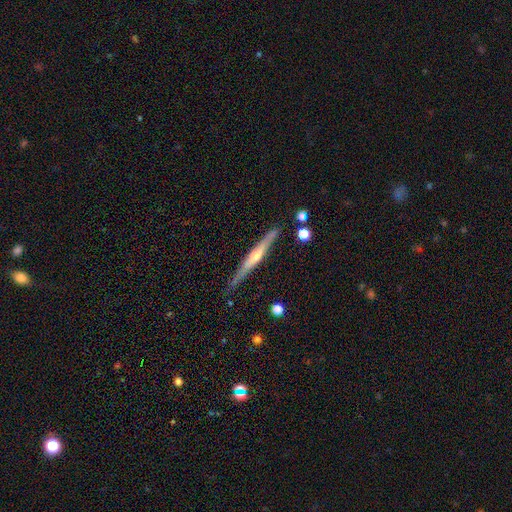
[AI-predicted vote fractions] Smooth or featured: featured or disk — 67% (smooth — 27%)
Edge-on disk: yes — 97% (no — 3%)
Edge-on bulge: rounded — 68% (none — 24%)
Merging: none — 81% (minor disturbance — 14%)